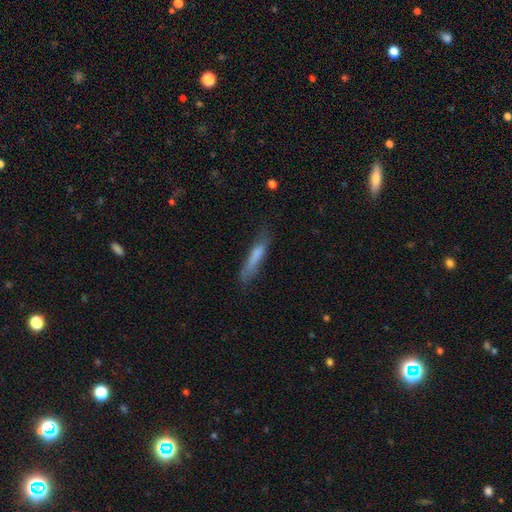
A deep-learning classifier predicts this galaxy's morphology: This is likely a smooth galaxy (70%). How rounded: clearly cigar-shaped (88%). Merging: likely none (62%).